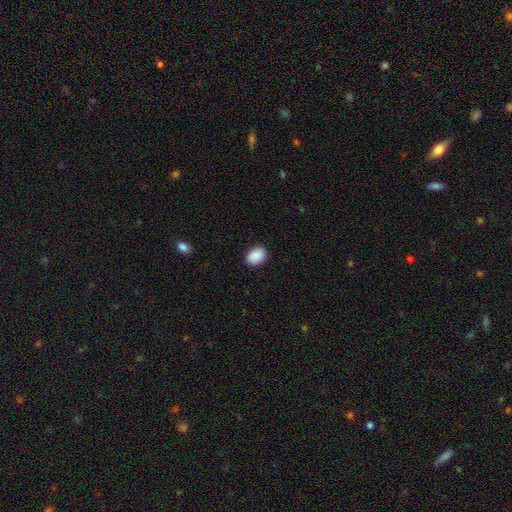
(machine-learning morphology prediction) Smooth or featured: smooth — 90% (star or artifact — 7%)
How rounded: in between — 74% (round — 25%)
Merging: none — 88% (minor disturbance — 9%)